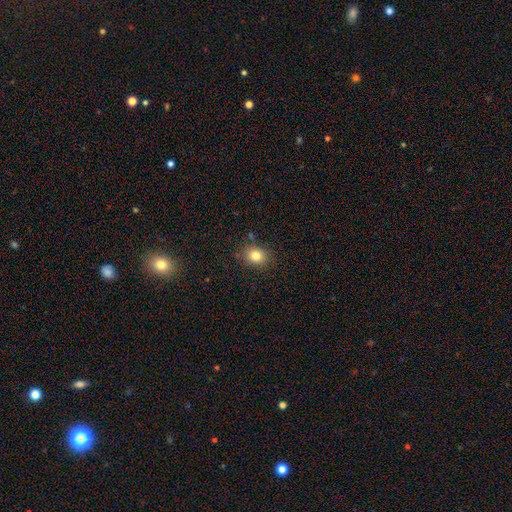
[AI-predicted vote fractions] This is clearly a smooth galaxy (82%). How rounded: possibly round (59%). Merging: clearly none (84%).